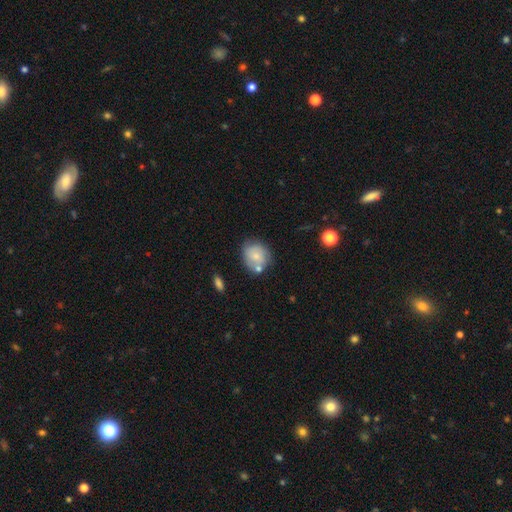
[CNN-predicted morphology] smooth-or-featured: smooth: 68% | featured or disk: 24% | star or artifact: 8%
  how-rounded: round: 65% | in between: 34% | cigar-shaped: 1%
  merging: none: 56% | minor disturbance: 21% | merger: 17% | major disturbance: 6%